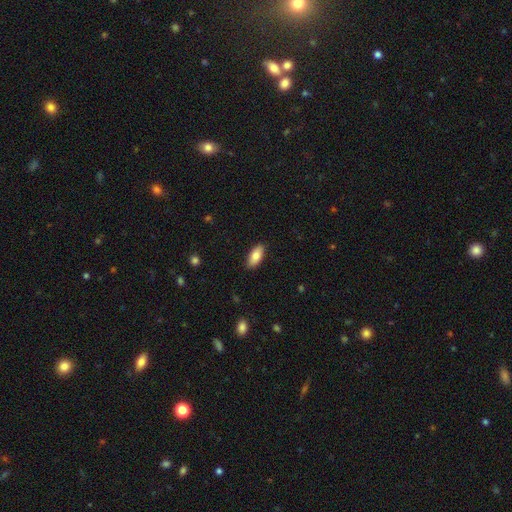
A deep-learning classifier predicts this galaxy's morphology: Overall: smooth (82%). How rounded: in between (86%). Merging: none (89%).